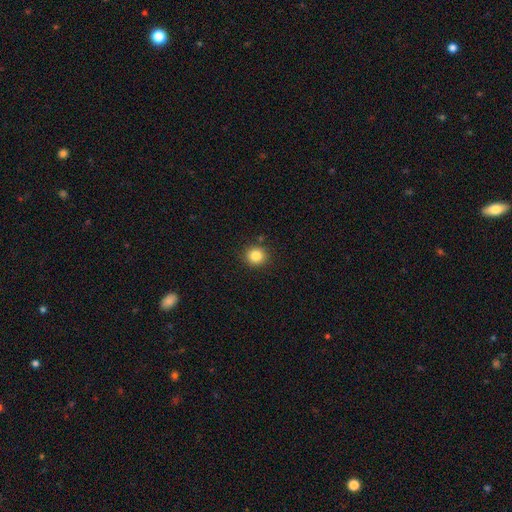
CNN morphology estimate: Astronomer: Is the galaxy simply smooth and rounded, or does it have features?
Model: smooth — 84%.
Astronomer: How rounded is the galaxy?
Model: round — 90%.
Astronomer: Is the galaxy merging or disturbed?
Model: none — 89%.